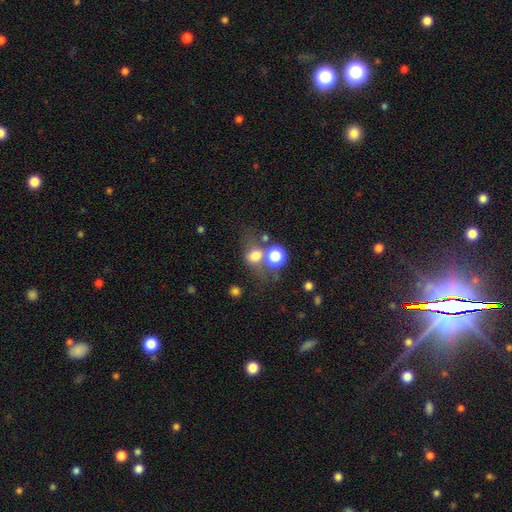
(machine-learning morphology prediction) Smooth or featured: smooth — 70% (star or artifact — 17%)
How rounded: round — 57% (in between — 41%)
Merging: none — 46% (merger — 30%)